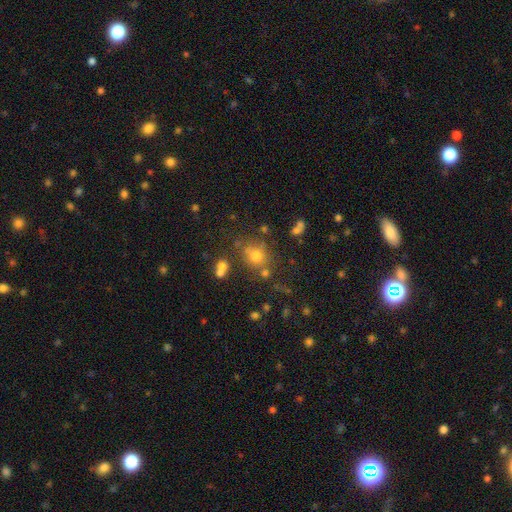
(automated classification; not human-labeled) Morphology: type=smooth (69%); roundness=round (73%); merging=none (68%).